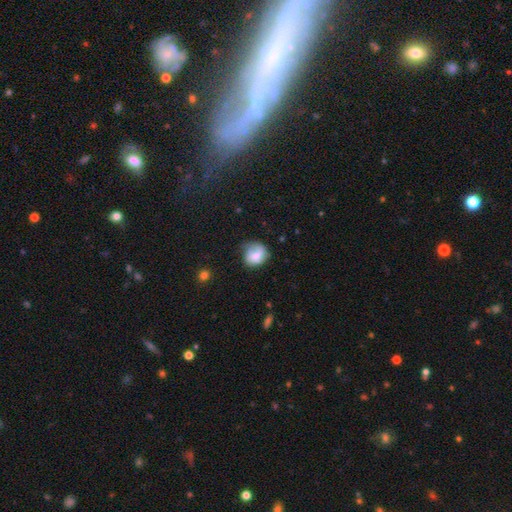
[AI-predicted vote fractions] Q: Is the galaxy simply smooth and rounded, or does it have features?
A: smooth — 67%.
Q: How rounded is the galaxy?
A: round — 74%.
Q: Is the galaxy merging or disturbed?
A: none — 48%.